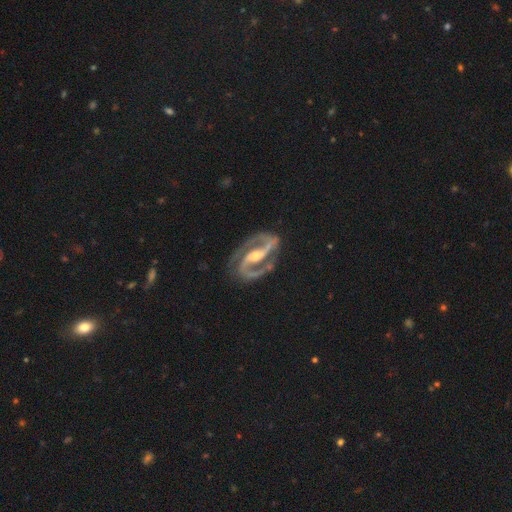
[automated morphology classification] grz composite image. It shows a featured or disk galaxy (94%) with a strong bar (55%), 2 (94%) medium (62%) spiral arms (98%) and a moderate central bulge (56%). Merging: none (80%).